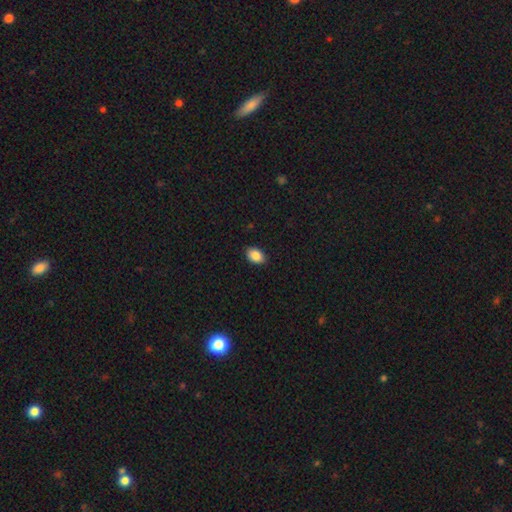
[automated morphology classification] smooth_or_featured: smooth (p=0.89) [alt: star or artifact p=0.08]
how_rounded: in between (p=0.85) [alt: round p=0.14]
merging: none (p=0.89) [alt: minor disturbance p=0.08]